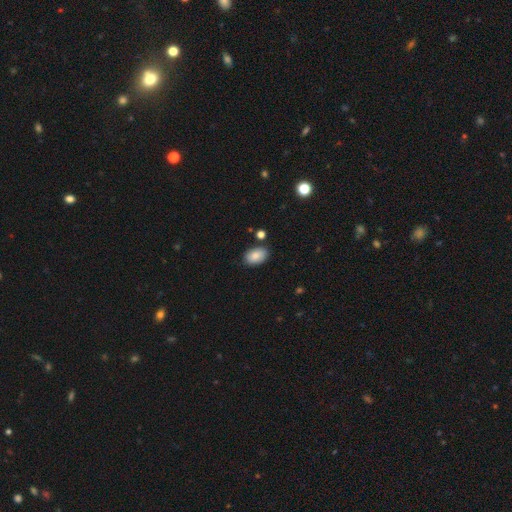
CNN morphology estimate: Smooth or featured? smooth (86%)
How rounded? in between (90%)
Merging? none (82%)